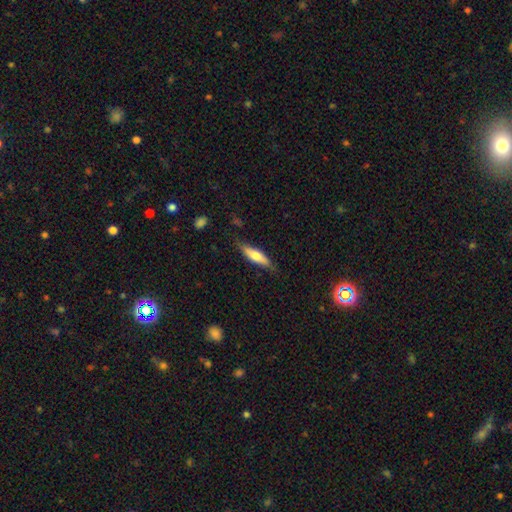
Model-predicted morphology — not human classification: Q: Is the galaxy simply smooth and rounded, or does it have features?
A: smooth — 63%.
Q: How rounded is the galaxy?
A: cigar-shaped — 62%.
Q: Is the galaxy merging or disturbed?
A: none — 75%.